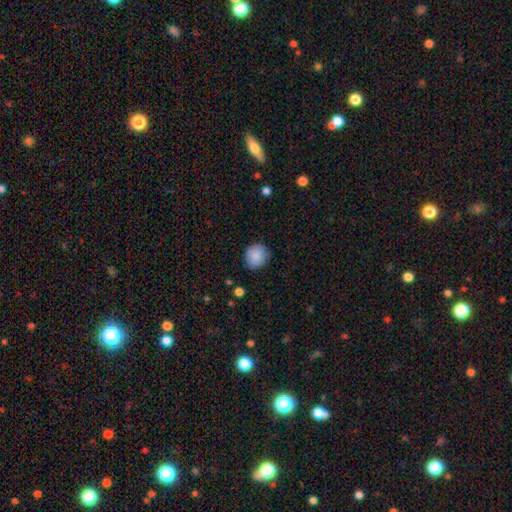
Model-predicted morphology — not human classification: A smooth galaxy with no disk features (86%) that is round (87%).

Vote fractions:
- Smooth or featured? smooth: 86% / star or artifact: 8% / featured or disk: 6%
- How rounded? round: 87% / in between: 12% / cigar-shaped: 1%
- Merging? none: 84% / minor disturbance: 13% / major disturbance: 3% / merger: 1%